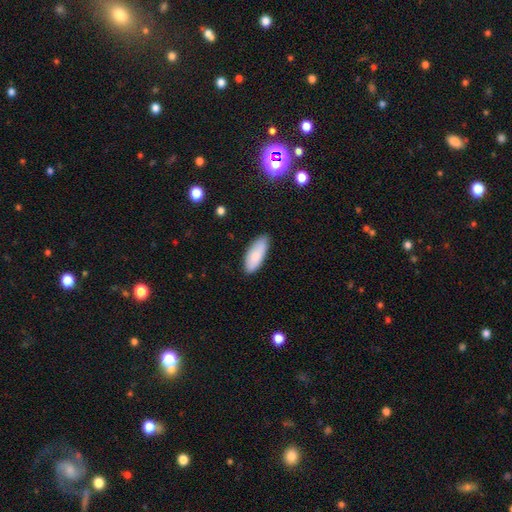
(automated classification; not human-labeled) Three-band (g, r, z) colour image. It shows a smooth galaxy with no disk features (86%) that is in between round and cigar-shaped (79%). Merging: none (83%).